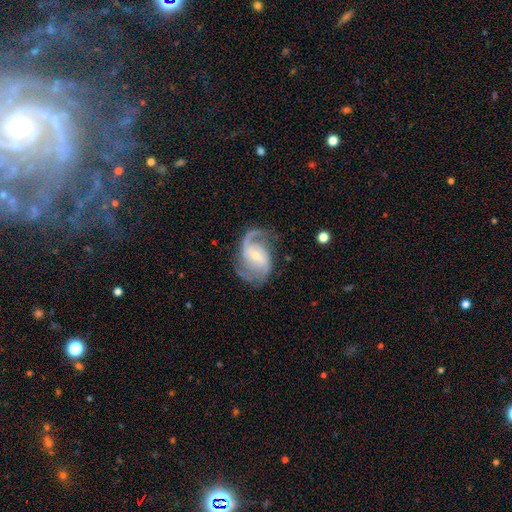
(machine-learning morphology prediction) Q: Smooth or featured?
A: featured or disk (87%); runner-up: smooth (8%)
Q: Edge-on disk?
A: no (97%); runner-up: yes (3%)
Q: Bar?
A: weak (55%); runner-up: strong (25%)
Q: Spiral arms?
A: yes (96%); runner-up: no (4%)
Q: Spiral winding?
A: medium (47%); runner-up: loose (38%)
Q: Spiral arm count?
A: 2 (71%); runner-up: 1 (13%)
Q: Bulge size?
A: small (58%); runner-up: moderate (32%)
Q: Merging?
A: none (61%); runner-up: minor disturbance (20%)